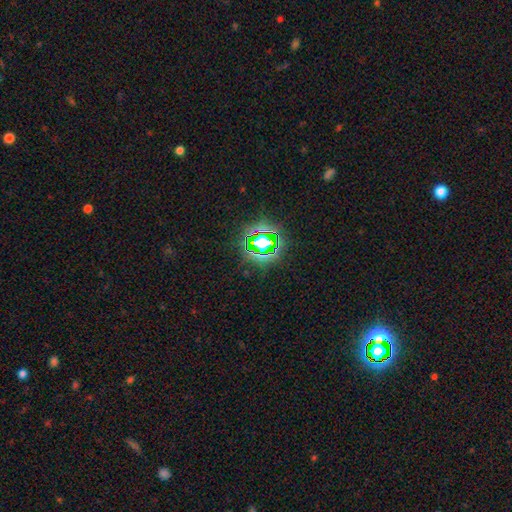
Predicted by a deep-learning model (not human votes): Q: Smooth or featured?
A: star or artifact (78%); runner-up: smooth (15%)